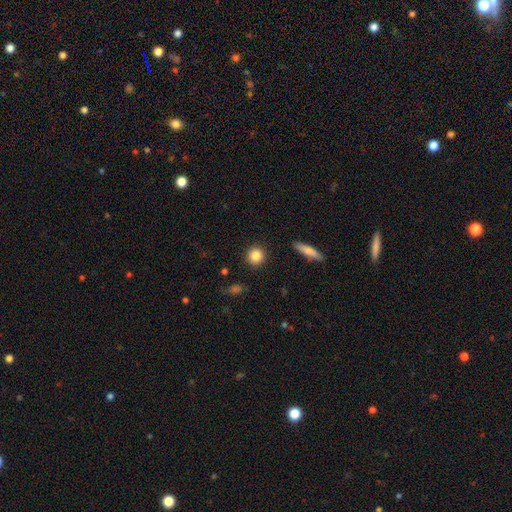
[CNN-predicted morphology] smooth-or-featured: smooth: 85% | star or artifact: 9% | featured or disk: 6%
  how-rounded: round: 91% | in between: 7% | cigar-shaped: 1%
  merging: none: 91% | minor disturbance: 6% | major disturbance: 2% | merger: 1%